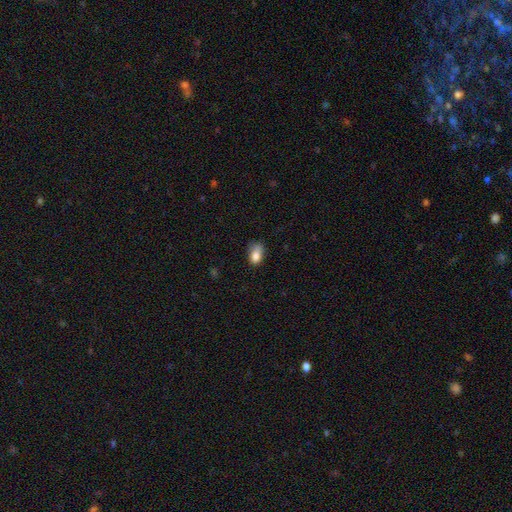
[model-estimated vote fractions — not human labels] Q: Smooth or featured?
A: smooth (81%); runner-up: featured or disk (9%)
Q: How rounded?
A: in between (86%); runner-up: round (11%)
Q: Merging?
A: none (44%); runner-up: minor disturbance (38%)